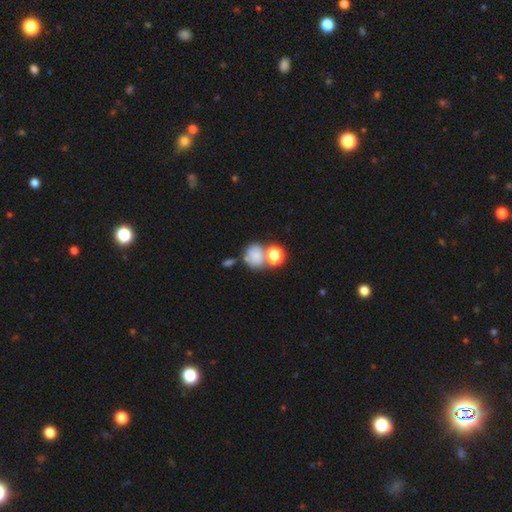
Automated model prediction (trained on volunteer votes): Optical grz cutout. It shows a smooth galaxy with no disk features (73%) that is round (67%). Merging: none (40%).